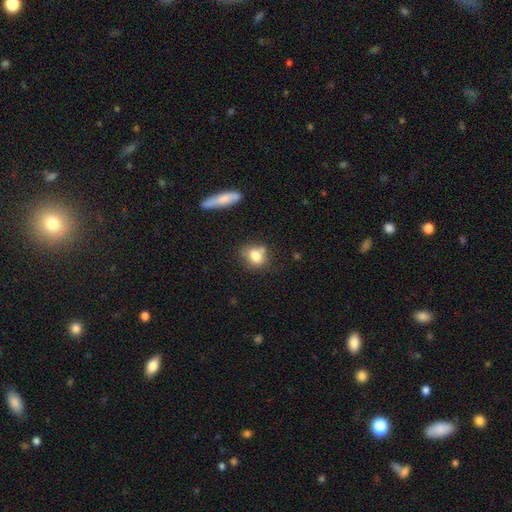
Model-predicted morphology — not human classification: smooth 79%, featured or disk 12%, star or artifact 10%. Down the decision tree: how rounded — round (52%); merging — none (57%).